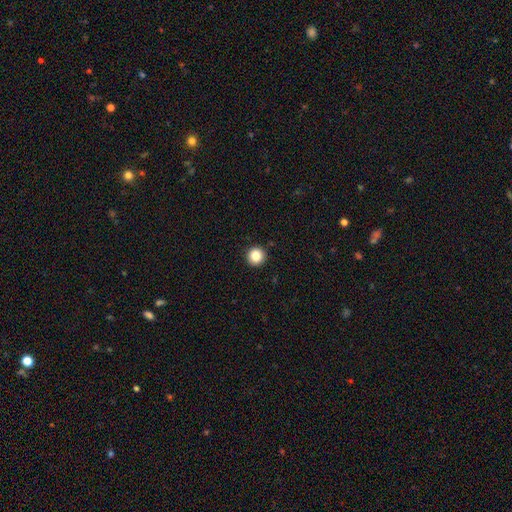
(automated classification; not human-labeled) Smooth or featured: smooth — 85% (star or artifact — 10%)
How rounded: round — 96% (in between — 3%)
Merging: none — 93% (minor disturbance — 4%)